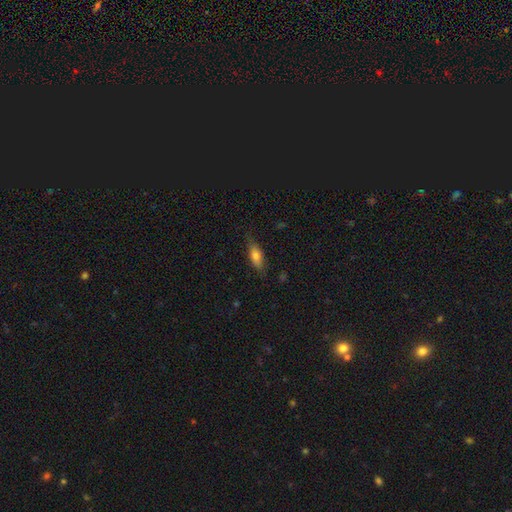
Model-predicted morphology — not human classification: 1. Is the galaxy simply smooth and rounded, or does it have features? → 72% smooth, 21% featured or disk, 7% star or artifact.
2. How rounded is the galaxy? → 65% in between, 32% cigar-shaped, 3% round.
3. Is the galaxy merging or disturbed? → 78% none, 17% minor disturbance, 4% major disturbance, 1% merger.